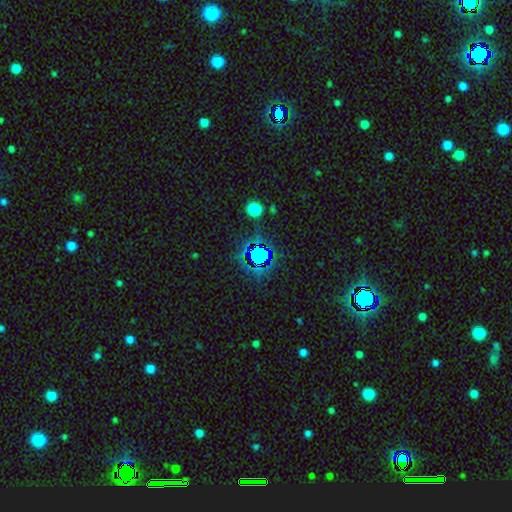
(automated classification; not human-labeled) Smooth or featured? Predicted: star or artifact (p=0.67).